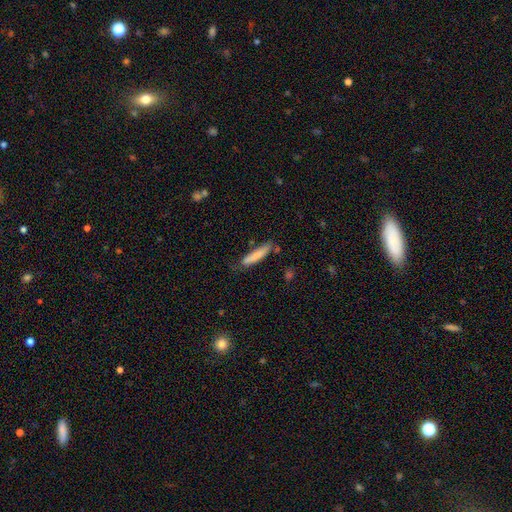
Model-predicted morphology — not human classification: Overall: smooth (78%). How rounded: cigar-shaped (87%). Merging: none (71%).